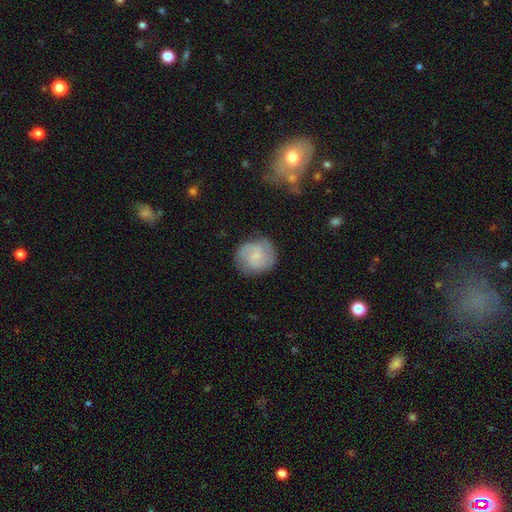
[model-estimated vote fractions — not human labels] Overall: smooth (49%; featured or disk 43%). Merging: none (73%).